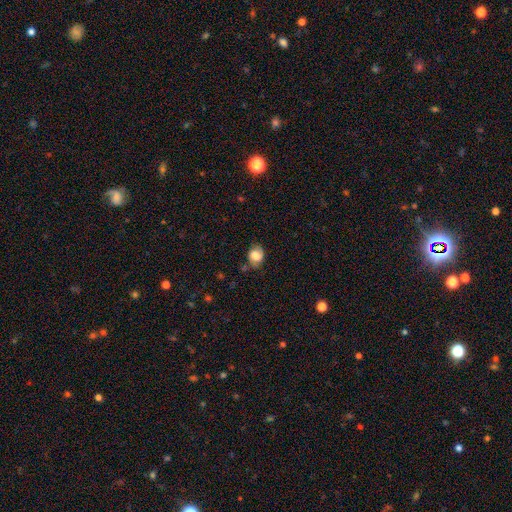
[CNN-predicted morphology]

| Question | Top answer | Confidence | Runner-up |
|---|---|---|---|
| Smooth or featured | smooth | 66% | featured or disk (24%) |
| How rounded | in between | 59% | round (40%) |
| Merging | none | 63% | minor disturbance (26%) |